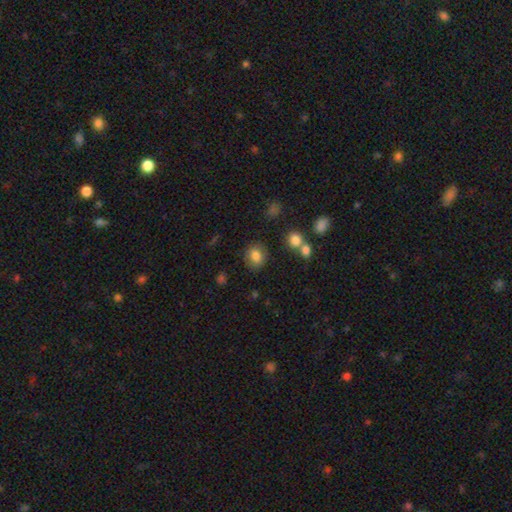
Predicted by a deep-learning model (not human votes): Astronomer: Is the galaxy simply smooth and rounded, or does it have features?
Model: smooth — 80%.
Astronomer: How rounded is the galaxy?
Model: round — 70%.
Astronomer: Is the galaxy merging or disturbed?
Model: none — 83%.